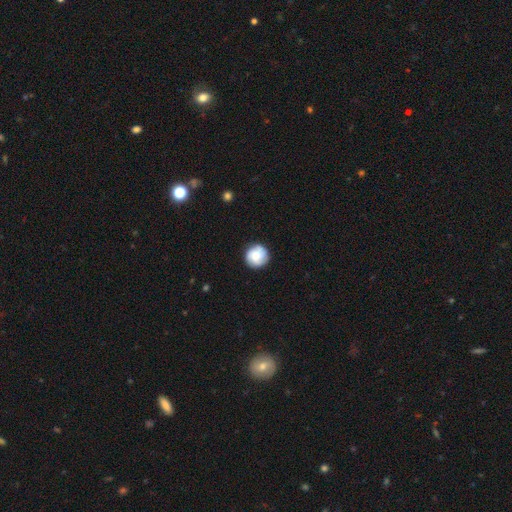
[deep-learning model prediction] Smooth or featured: smooth — 63% (featured or disk — 30%)
How rounded: round — 94% (in between — 5%)
Merging: none — 83% (minor disturbance — 13%)